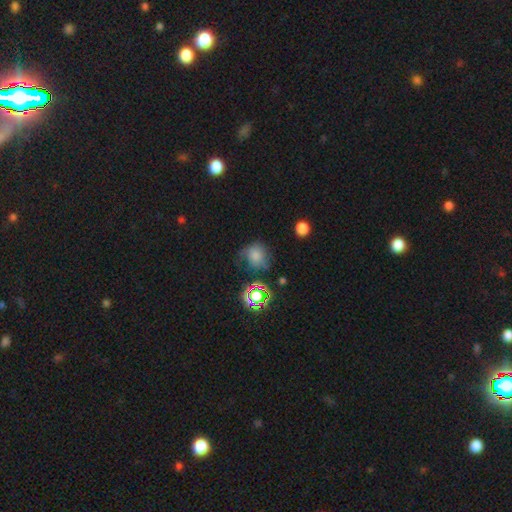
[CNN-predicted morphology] smooth_or_featured: smooth (p=0.64) [alt: star or artifact p=0.20]
how_rounded: round (p=0.74) [alt: in between p=0.25]
merging: none (p=0.50) [alt: minor disturbance p=0.28]